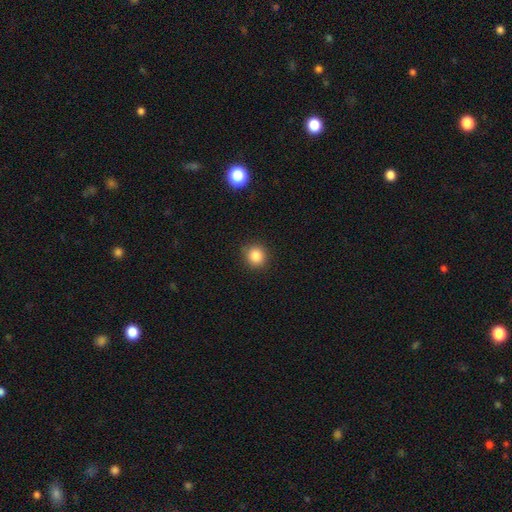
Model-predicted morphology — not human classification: Smooth or featured: smooth — 85% (star or artifact — 11%)
How rounded: round — 88% (in between — 11%)
Merging: none — 89% (minor disturbance — 8%)